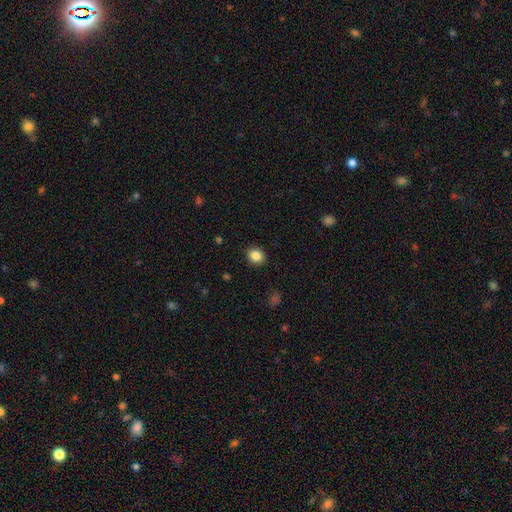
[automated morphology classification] A smooth galaxy with no disk features (86%) that is round (63%).

Vote fractions:
- Smooth or featured? smooth: 86% / star or artifact: 10% / featured or disk: 5%
- How rounded? round: 63% / in between: 37% / cigar-shaped: 1%
- Merging? none: 90% / minor disturbance: 7% / major disturbance: 2% / merger: 1%